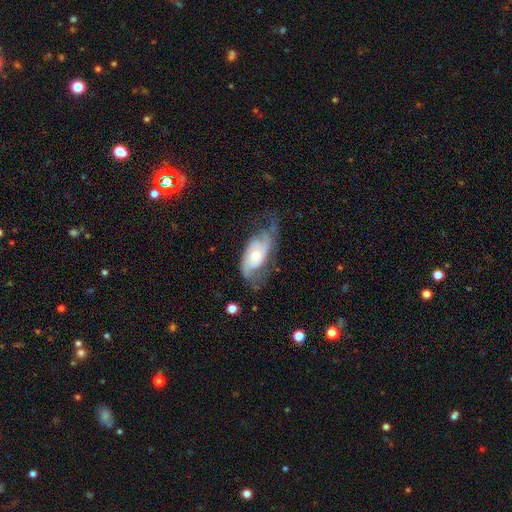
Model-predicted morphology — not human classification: This is likely a featured or disk galaxy (71%). It is clearly not viewed edge-on (93%). Bar: likely no (73%). Spiral arm pattern: clearly yes (88%). Spiral arm count: possibly 2 (57%). Spiral winding: marginally medium (41%). Central bulge: possibly small (47%). Merging: possibly none (46%).